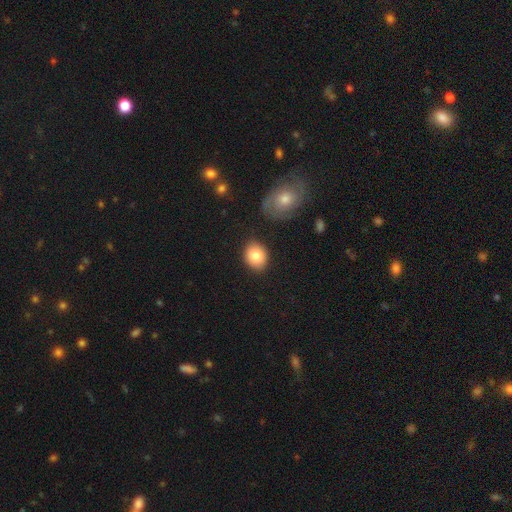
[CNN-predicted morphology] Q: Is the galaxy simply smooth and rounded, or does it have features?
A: smooth — 83%.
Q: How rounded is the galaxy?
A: round — 51%.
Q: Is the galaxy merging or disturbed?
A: none — 84%.